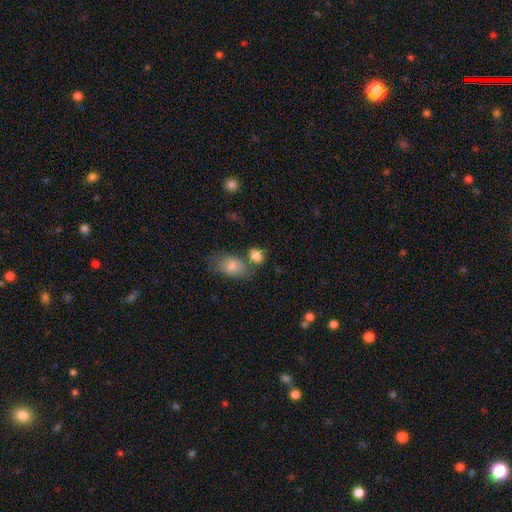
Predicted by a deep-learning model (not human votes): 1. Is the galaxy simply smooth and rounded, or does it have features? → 84% smooth, 9% star or artifact, 7% featured or disk.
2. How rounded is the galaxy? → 64% in between, 34% round, 2% cigar-shaped.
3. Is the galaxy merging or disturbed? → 50% none, 29% merger, 16% minor disturbance, 6% major disturbance.